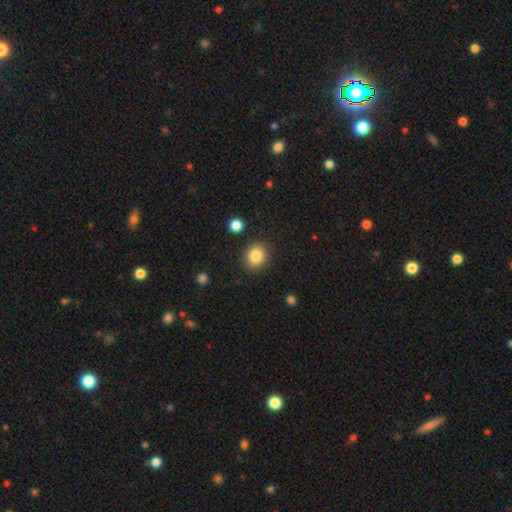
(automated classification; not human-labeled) A smooth galaxy with no disk features (85%) that is round (66%).

Vote fractions:
- Smooth or featured? smooth: 85% / star or artifact: 9% / featured or disk: 5%
- How rounded? round: 66% / in between: 33% / cigar-shaped: 1%
- Merging? none: 87% / minor disturbance: 8% / major disturbance: 3% / merger: 2%